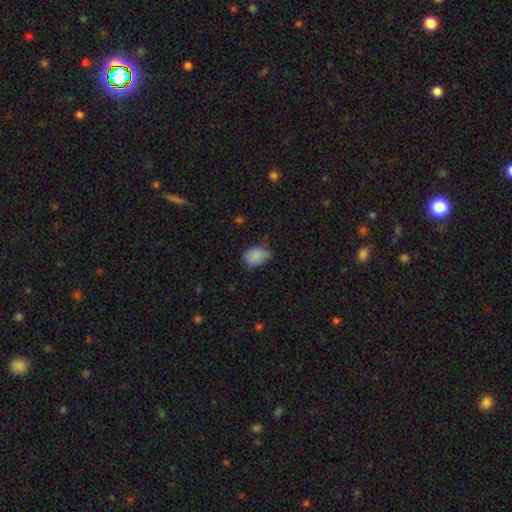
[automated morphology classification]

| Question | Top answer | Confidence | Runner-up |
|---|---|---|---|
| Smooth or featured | smooth | 85% | star or artifact (9%) |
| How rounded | in between | 78% | round (21%) |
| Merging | none | 53% | minor disturbance (37%) |